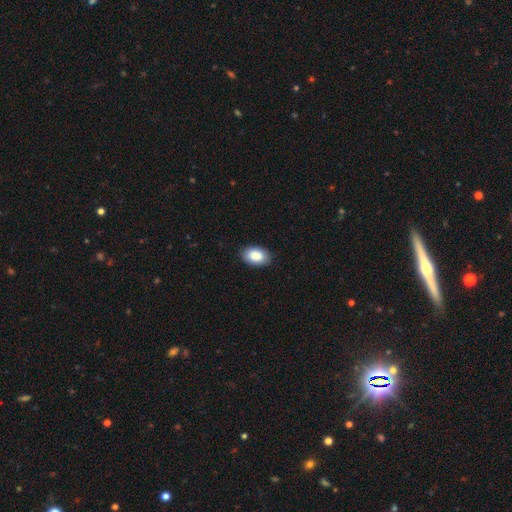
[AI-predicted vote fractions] Smooth or featured?
  - smooth: 89% *
  - star or artifact: 6%
  - featured or disk: 5%
How rounded?
  - in between: 92% *
  - round: 7%
  - cigar-shaped: 1%
Merging?
  - none: 88% *
  - minor disturbance: 9%
  - major disturbance: 2%
  - merger: 1%